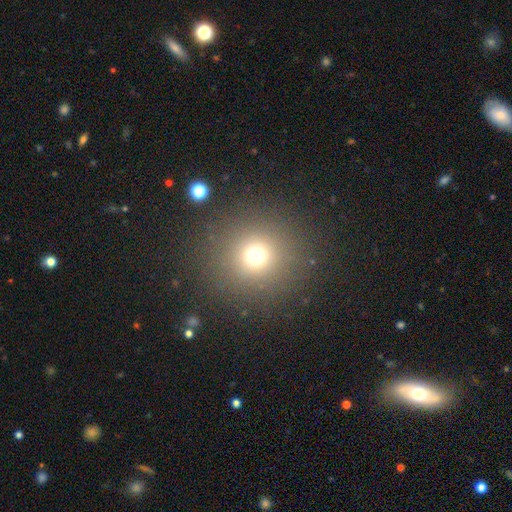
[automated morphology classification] A smooth galaxy with no disk features (70%) that is round (94%). Merging: none (87%).